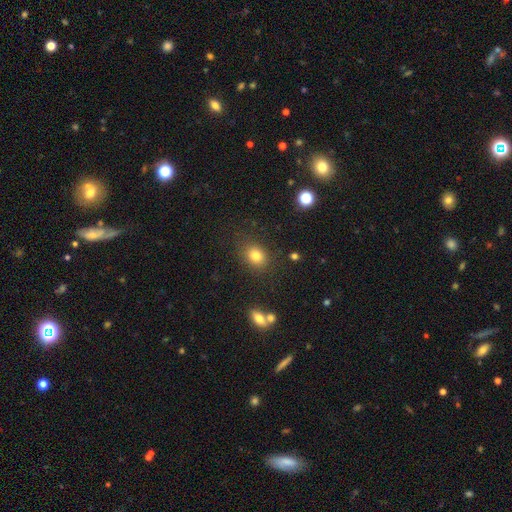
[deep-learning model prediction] smooth-or-featured: smooth: 80% | star or artifact: 12% | featured or disk: 8%
  how-rounded: round: 54% | in between: 45% | cigar-shaped: 1%
  merging: none: 82% | minor disturbance: 11% | major disturbance: 4% | merger: 3%